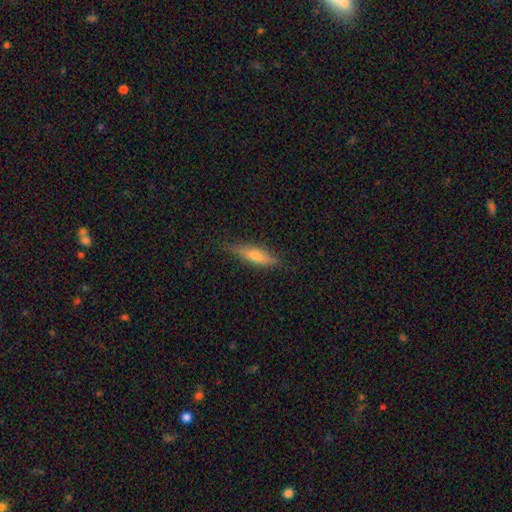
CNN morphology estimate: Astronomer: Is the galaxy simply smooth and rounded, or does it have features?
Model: smooth — 51% (runner-up: featured or disk, 42%).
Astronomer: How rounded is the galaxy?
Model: cigar-shaped — 70%.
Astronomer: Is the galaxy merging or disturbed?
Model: none — 79%.